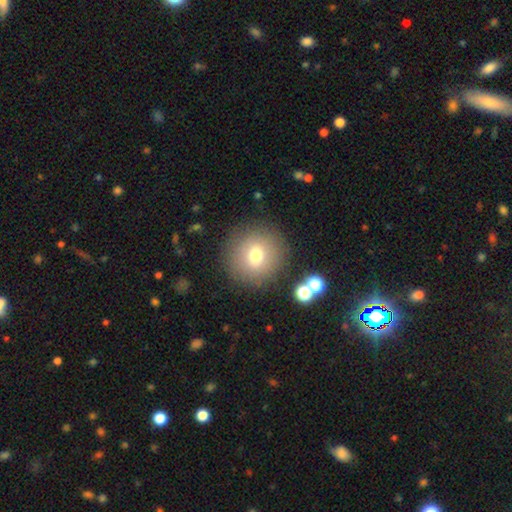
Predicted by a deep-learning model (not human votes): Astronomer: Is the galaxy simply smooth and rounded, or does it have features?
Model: smooth — 72%.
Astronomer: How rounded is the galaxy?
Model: round — 93%.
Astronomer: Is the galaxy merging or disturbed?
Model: none — 86%.